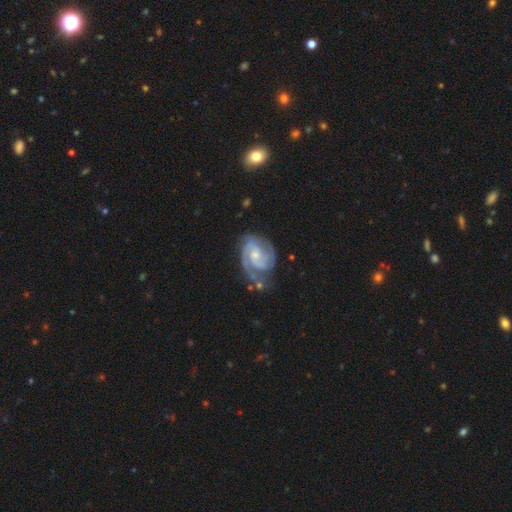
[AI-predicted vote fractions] This is clearly a featured or disk galaxy (88%). It is clearly not viewed edge-on (98%). Bar: possibly no (51%). Spiral arm pattern: clearly yes (97%). Spiral arm count: likely 2 (71%). Spiral winding: possibly tight (52%). Central bulge: possibly small (53%). Merging: likely none (62%).